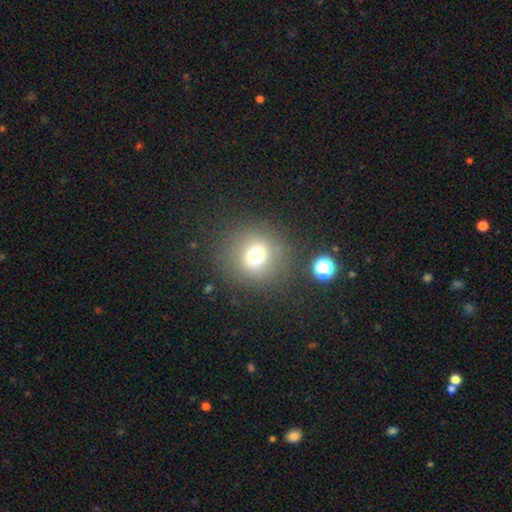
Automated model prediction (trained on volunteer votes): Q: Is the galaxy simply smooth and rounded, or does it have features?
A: smooth — 72%.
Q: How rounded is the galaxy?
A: round — 88%.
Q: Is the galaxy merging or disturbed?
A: none — 83%.